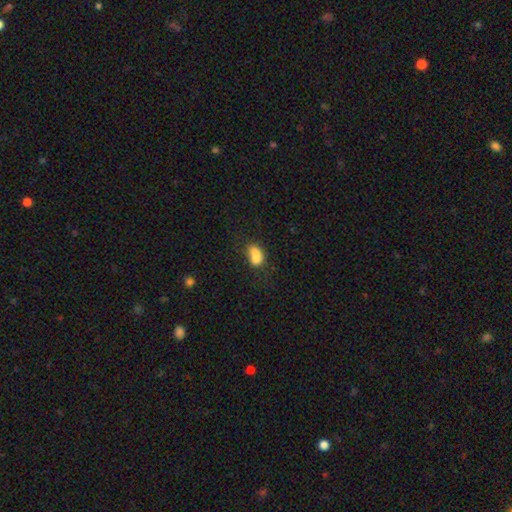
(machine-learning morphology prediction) Q: Smooth or featured?
A: smooth (75%); runner-up: featured or disk (14%)
Q: How rounded?
A: in between (74%); runner-up: round (24%)
Q: Merging?
A: merger (47%); runner-up: none (30%)